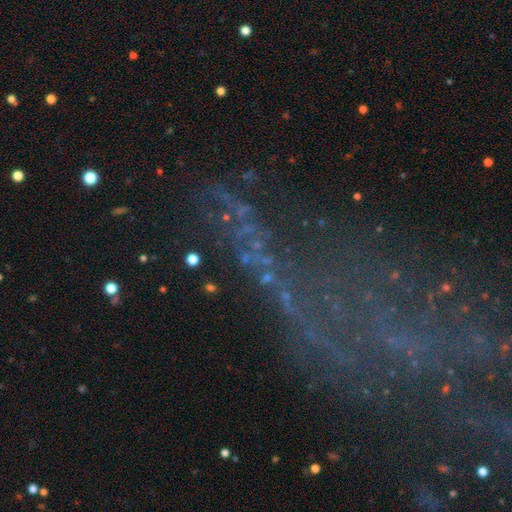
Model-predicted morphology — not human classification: star or artifact 54%, featured or disk 31%, smooth 15%.